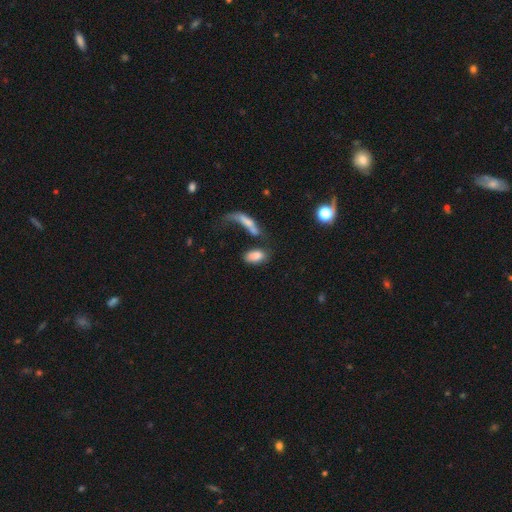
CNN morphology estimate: type=smooth (79%); roundness=in between (88%); merging=none (40%).